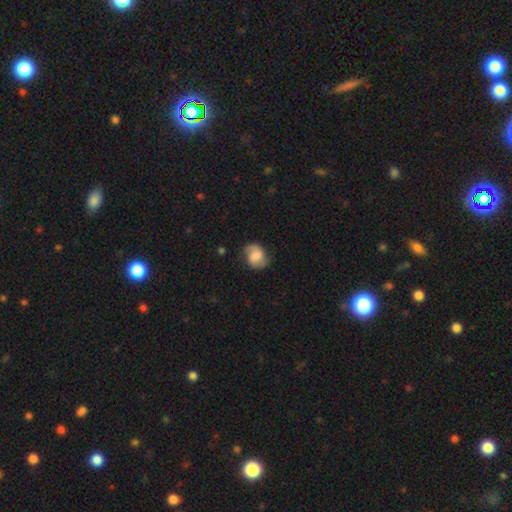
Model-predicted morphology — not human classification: This is possibly a smooth galaxy (47%). Merging: likely none (71%).